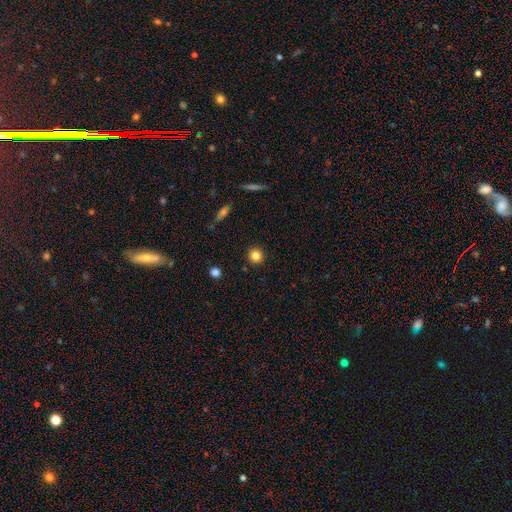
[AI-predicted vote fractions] This is clearly a smooth galaxy (82%). How rounded: clearly round (93%). Merging: clearly none (91%).